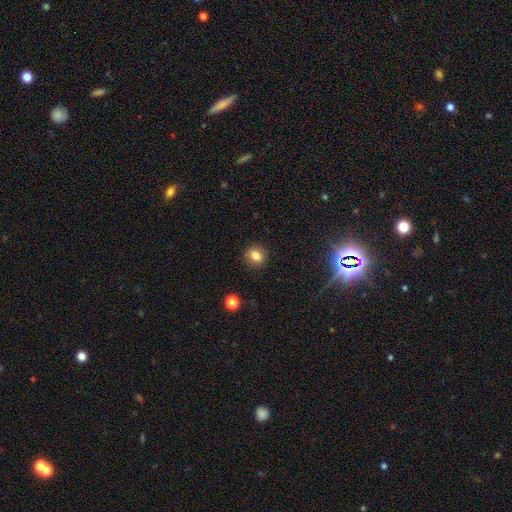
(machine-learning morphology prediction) This is clearly a smooth galaxy (81%). How rounded: likely round (79%). Merging: clearly none (90%).